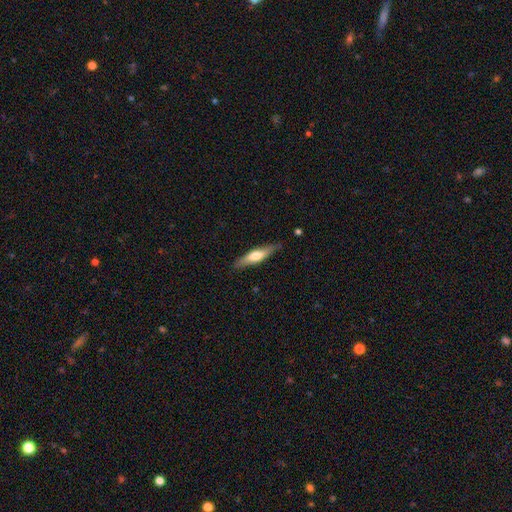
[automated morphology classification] Smooth or featured?
  - smooth: 51% *
  - featured or disk: 44%
  - star or artifact: 5%
How rounded?
  - cigar-shaped: 79% *
  - in between: 20%
  - round: 2%
Merging?
  - none: 83% *
  - minor disturbance: 13%
  - major disturbance: 2%
  - merger: 1%